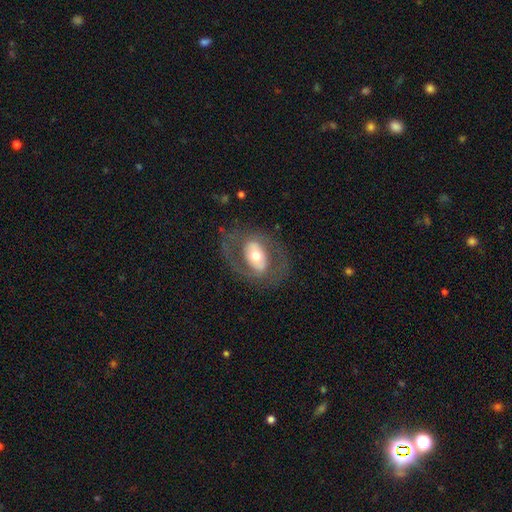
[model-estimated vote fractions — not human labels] Overall: featured or disk (61%; smooth 32%). Edge-on disk: no (93%). Bar: no (52%; weak 27%). Spiral arms: no (61%; yes 39%). Bulge size: moderate (66%). Merging: none (69%).